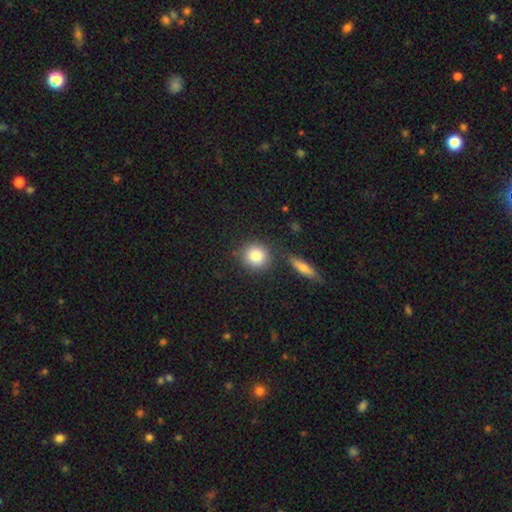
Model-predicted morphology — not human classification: smooth 84%, star or artifact 8%, featured or disk 8%. Down the decision tree: how rounded — round (84%); merging — none (78%).